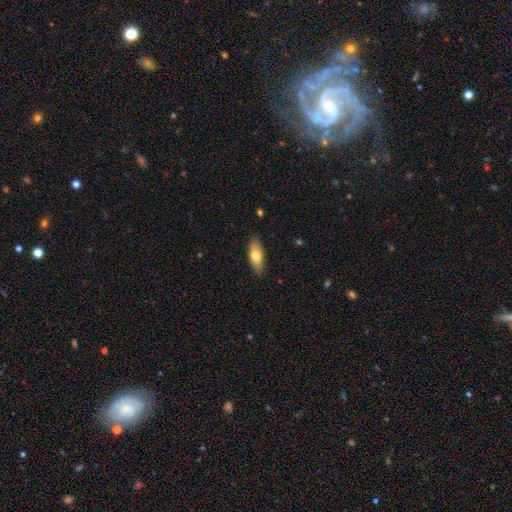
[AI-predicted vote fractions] Smooth or featured? smooth (72%)
How rounded? in between (66%)
Merging? none (86%)